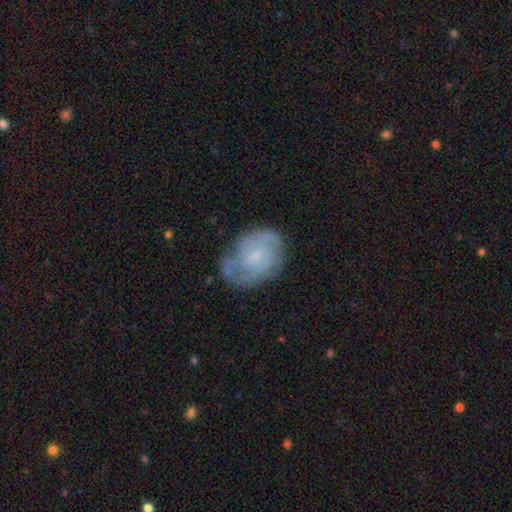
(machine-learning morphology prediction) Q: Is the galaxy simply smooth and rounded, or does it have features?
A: featured or disk — 75%.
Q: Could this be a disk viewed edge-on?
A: no — 97%.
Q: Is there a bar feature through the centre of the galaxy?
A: no — 64%.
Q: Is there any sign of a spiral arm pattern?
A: yes — 91%.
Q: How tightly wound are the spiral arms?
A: tight — 51%.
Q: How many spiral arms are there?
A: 2 — 47%.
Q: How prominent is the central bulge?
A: small — 70%.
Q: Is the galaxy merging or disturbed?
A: none — 66%.